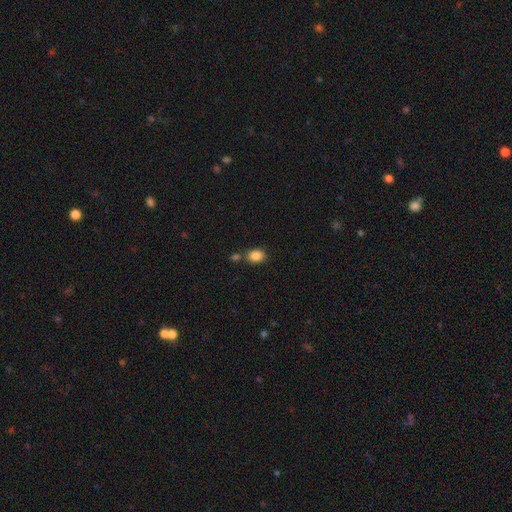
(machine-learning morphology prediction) smooth_or_featured: smooth (p=0.86) [alt: star or artifact p=0.09]
how_rounded: in between (p=0.59) [alt: round p=0.39]
merging: none (p=0.65) [alt: merger p=0.19]